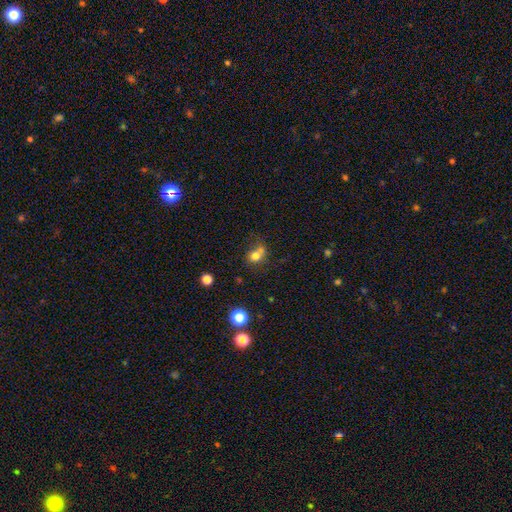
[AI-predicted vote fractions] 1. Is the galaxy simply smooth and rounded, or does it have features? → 74% smooth, 14% star or artifact, 12% featured or disk.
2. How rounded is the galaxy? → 66% round, 33% in between, 1% cigar-shaped.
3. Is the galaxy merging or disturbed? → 39% none (tied), 39% merger (tied), 14% minor disturbance, 7% major disturbance.